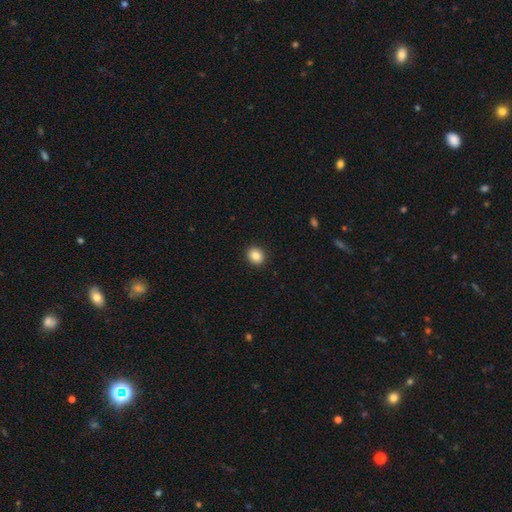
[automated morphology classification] A smooth galaxy with no disk features (86%) that is round (71%). Merging: none (92%).